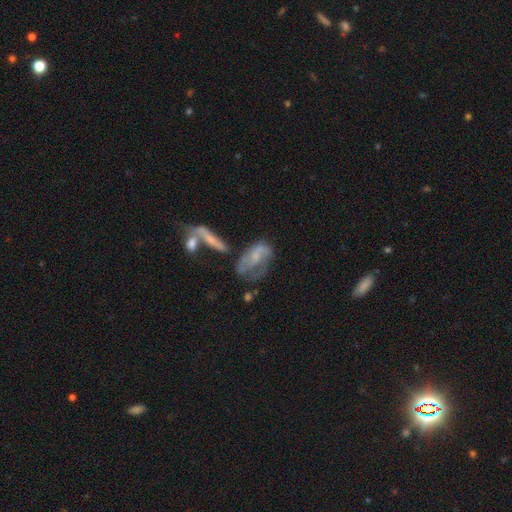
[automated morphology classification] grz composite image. It shows a featured or disk galaxy (59%) with no bar (62%), spiral arms (65%) and a small central bulge (37%, tied with none). Merging: major disturbance (31%, tied with none).